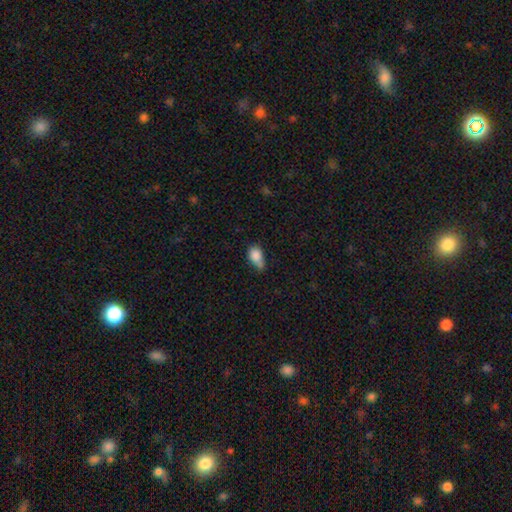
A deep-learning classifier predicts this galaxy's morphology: smooth_or_featured: smooth (p=0.83) [alt: star or artifact p=0.09]
how_rounded: in between (p=0.72) [alt: round p=0.26]
merging: minor disturbance (p=0.38) [alt: none p=0.36]